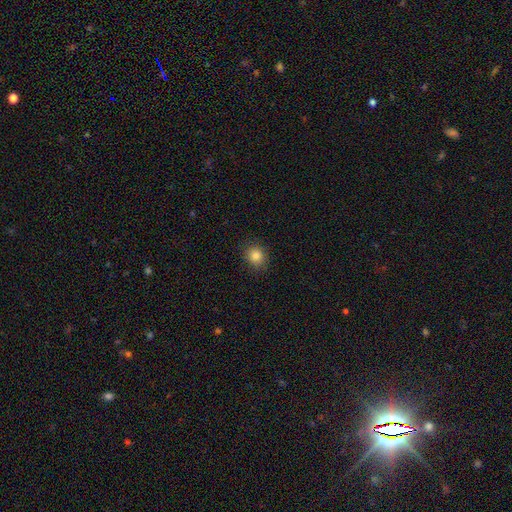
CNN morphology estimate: Smooth or featured?
  - smooth: 84% *
  - star or artifact: 11%
  - featured or disk: 5%
How rounded?
  - round: 77% *
  - in between: 22%
  - cigar-shaped: 1%
Merging?
  - none: 88% *
  - minor disturbance: 8%
  - major disturbance: 2%
  - merger: 1%